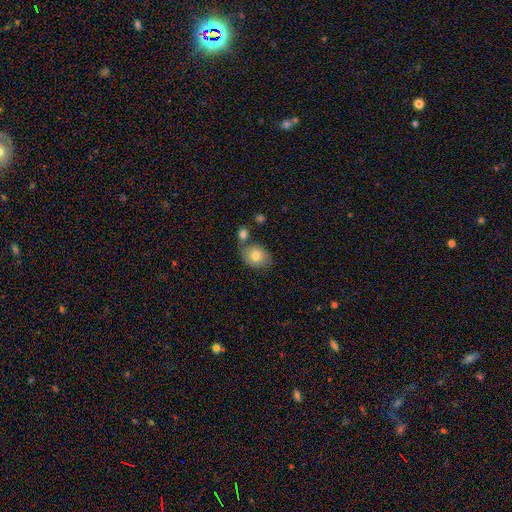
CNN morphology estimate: A smooth galaxy with no disk features (70%) that is in between round and cigar-shaped (53%).

Vote fractions:
- Smooth or featured? smooth: 70% / featured or disk: 22% / star or artifact: 8%
- How rounded? in between: 53% / round: 46% / cigar-shaped: 1%
- Merging? none: 56% / merger: 21% / minor disturbance: 17% / major disturbance: 6%